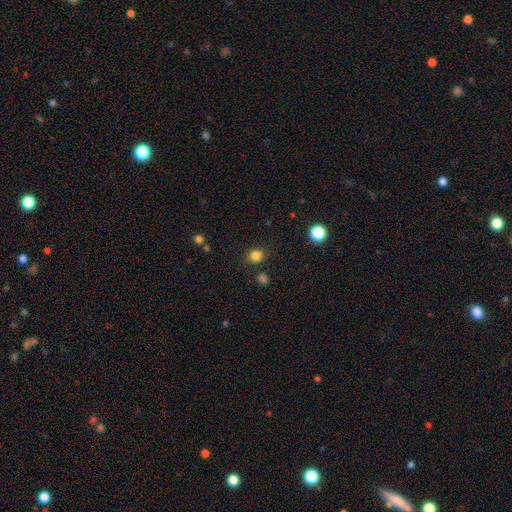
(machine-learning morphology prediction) smooth-or-featured: smooth: 82% | star or artifact: 14% | featured or disk: 4%
  how-rounded: round: 87% | in between: 12% | cigar-shaped: 1%
  merging: none: 85% | minor disturbance: 9% | major disturbance: 3% | merger: 3%